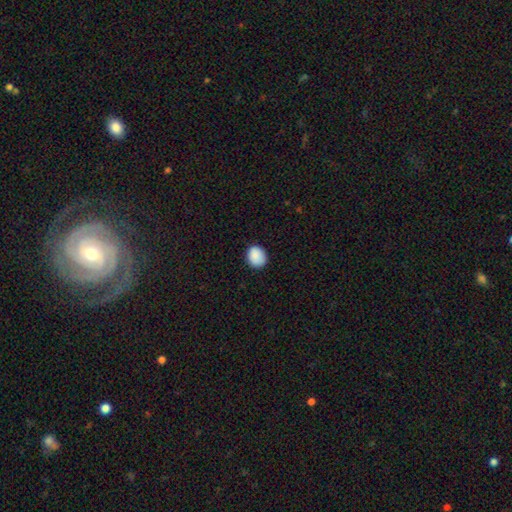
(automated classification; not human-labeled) A smooth galaxy with no disk features (89%) that is round (61%).

Vote fractions:
- Smooth or featured? smooth: 89% / star or artifact: 8% / featured or disk: 3%
- How rounded? round: 61% / in between: 38% / cigar-shaped: 1%
- Merging? none: 84% / minor disturbance: 13% / major disturbance: 2% / merger: 1%